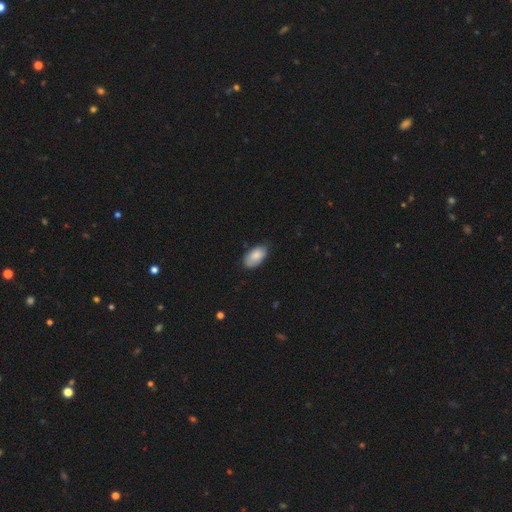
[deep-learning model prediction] A smooth galaxy with no disk features (86%) that is in between round and cigar-shaped (95%).

Vote fractions:
- Smooth or featured? smooth: 86% / featured or disk: 8% / star or artifact: 6%
- How rounded? in between: 95% / round: 3% / cigar-shaped: 2%
- Merging? none: 76% / minor disturbance: 21% / major disturbance: 3% / merger: 1%